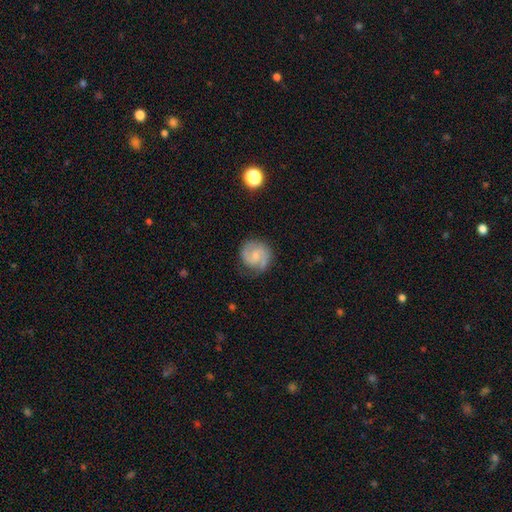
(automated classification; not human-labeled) featured or disk 83%, smooth 12%, star or artifact 5%. Down the decision tree: edge-on disk — no (98%); bar — weak (47%); spiral arms — yes (97%); spiral arm count — 2 (90%); spiral winding — medium (53%); bulge size — small (54%); merging — none (80%).